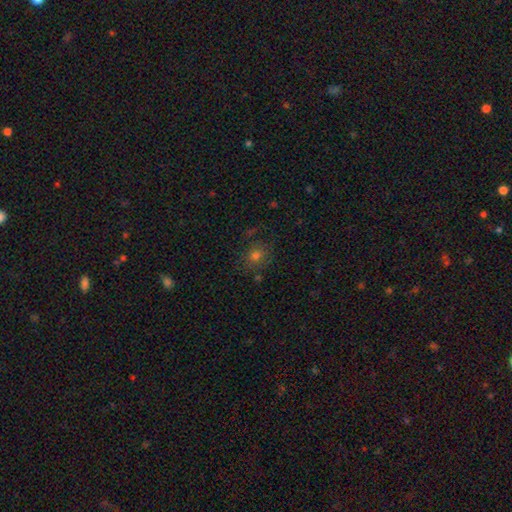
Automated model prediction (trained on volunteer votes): Q: Smooth or featured?
A: smooth (67%); runner-up: star or artifact (21%)
Q: How rounded?
A: round (71%); runner-up: in between (28%)
Q: Merging?
A: none (76%); runner-up: minor disturbance (15%)